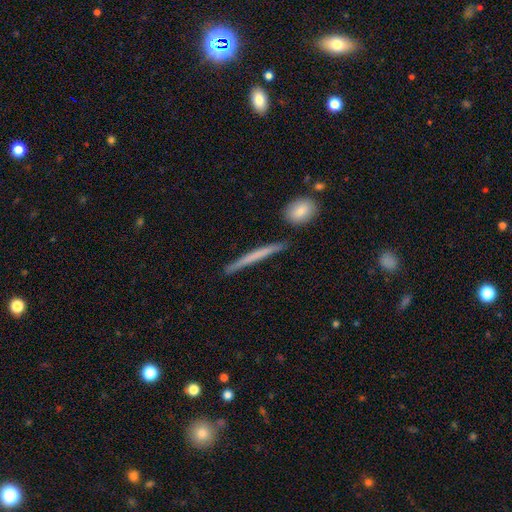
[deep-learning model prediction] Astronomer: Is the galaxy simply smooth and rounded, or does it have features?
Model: smooth — 54% (runner-up: featured or disk, 40%).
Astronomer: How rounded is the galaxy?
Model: cigar-shaped — 96%.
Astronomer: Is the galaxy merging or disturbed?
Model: none — 87%.